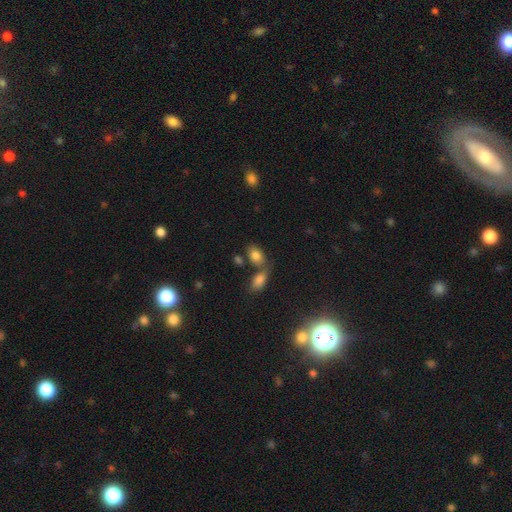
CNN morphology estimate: Smooth or featured?
  - smooth: 81% *
  - star or artifact: 10%
  - featured or disk: 9%
How rounded?
  - in between: 85% *
  - round: 14%
  - cigar-shaped: 2%
Merging?
  - none: 53% *
  - merger: 30%
  - minor disturbance: 13%
  - major disturbance: 4%